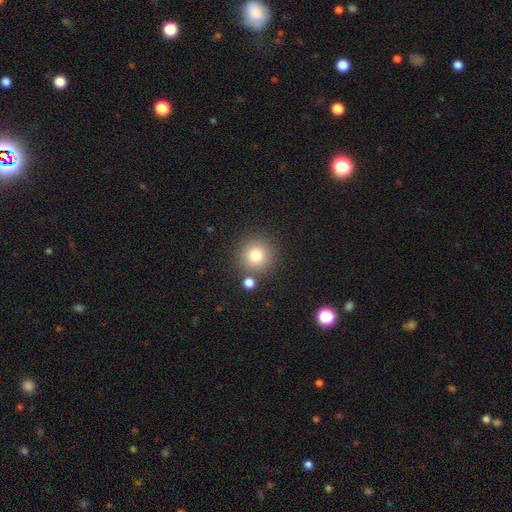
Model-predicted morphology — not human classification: Smooth or featured? Predicted: smooth (p=0.79). How rounded? Predicted: round (p=0.94). Merging? Predicted: none (p=0.81).